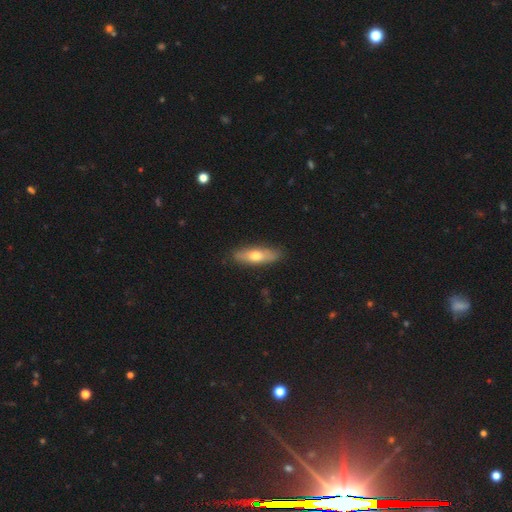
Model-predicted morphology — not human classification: Overall: smooth (61%; featured or disk 33%). How rounded: cigar-shaped (51%; in between 46%). Merging: none (86%).